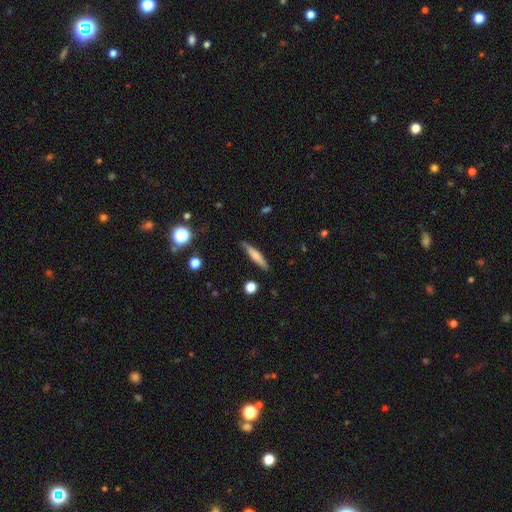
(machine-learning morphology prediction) smooth_or_featured: smooth (p=0.59) [alt: featured or disk p=0.34]
how_rounded: cigar-shaped (p=0.88) [alt: in between p=0.10]
merging: none (p=0.86) [alt: minor disturbance p=0.11]